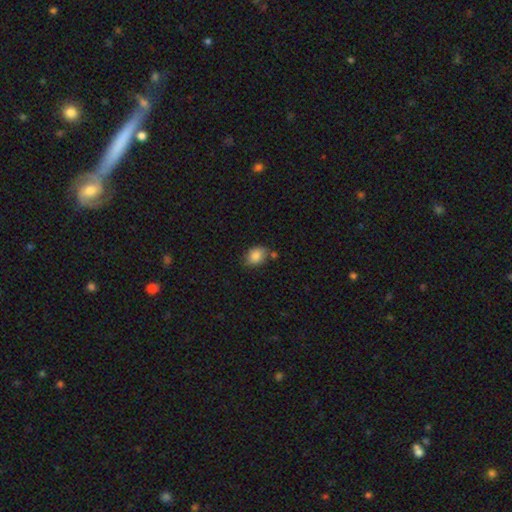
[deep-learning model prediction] A smooth galaxy with no disk features (86%) that is in between round and cigar-shaped (62%). Merging: none (67%).